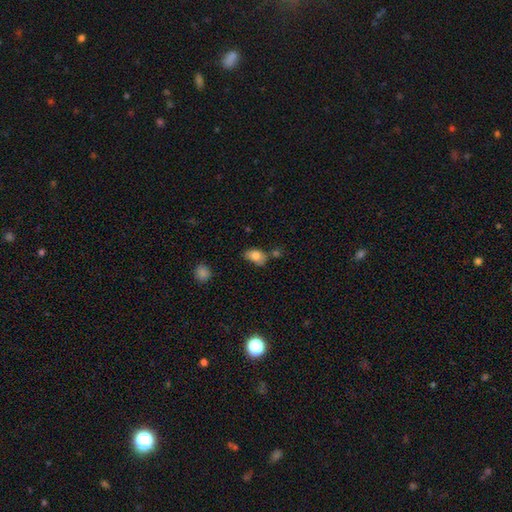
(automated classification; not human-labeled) Smooth or featured? smooth (81%)
How rounded? in between (86%)
Merging? none (54%)